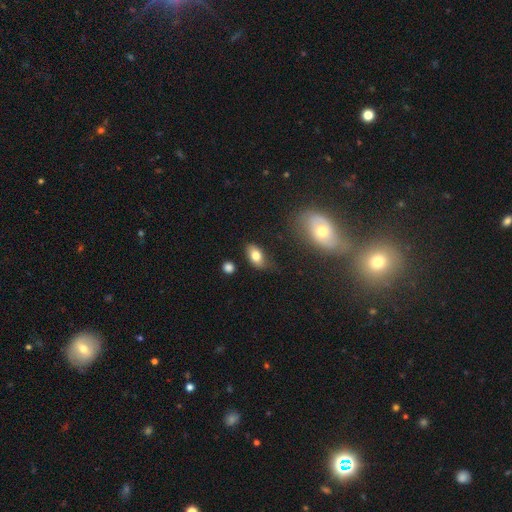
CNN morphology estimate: Smooth or featured? Predicted: smooth (p=0.77). How rounded? Predicted: in between (p=0.88). Merging? Predicted: none (p=0.67).